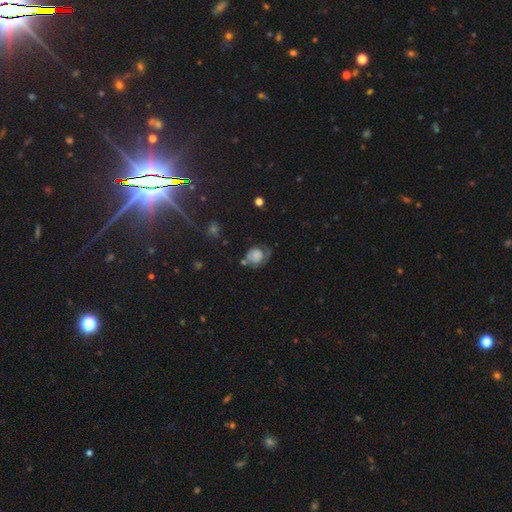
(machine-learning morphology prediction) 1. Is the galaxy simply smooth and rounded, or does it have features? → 55% smooth, 33% featured or disk, 12% star or artifact.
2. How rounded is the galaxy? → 58% round, 40% in between, 1% cigar-shaped.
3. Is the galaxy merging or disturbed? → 39% none, 30% minor disturbance, 23% major disturbance, 8% merger.